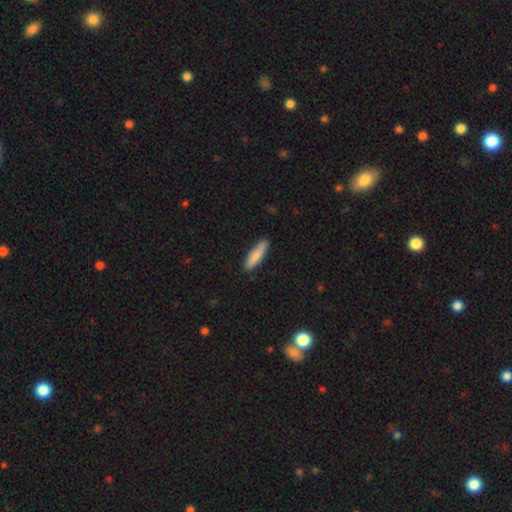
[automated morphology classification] A smooth galaxy with no disk features (85%) that is cigar-shaped (71%).

Vote fractions:
- Smooth or featured? smooth: 85% / featured or disk: 10% / star or artifact: 6%
- How rounded? cigar-shaped: 71% / in between: 28% / round: 1%
- Merging? none: 83% / minor disturbance: 13% / major disturbance: 2% / merger: 2%